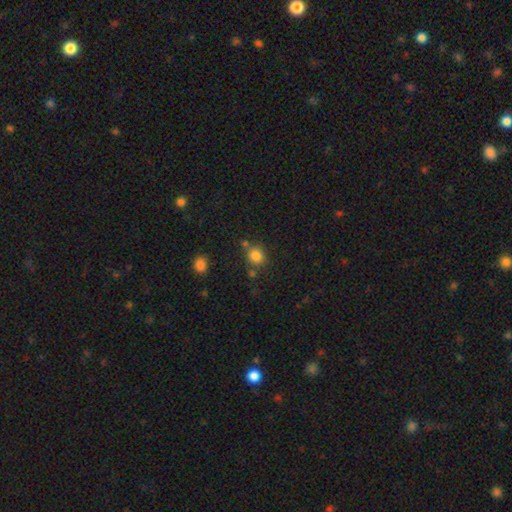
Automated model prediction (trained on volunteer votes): Morphology: type=smooth (82%); roundness=round (76%); merging=none (68%).